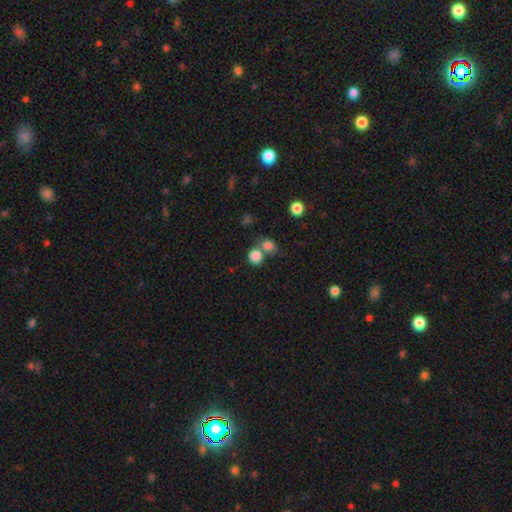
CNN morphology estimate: type=smooth (83%); roundness=round (83%); merging=none (53%).